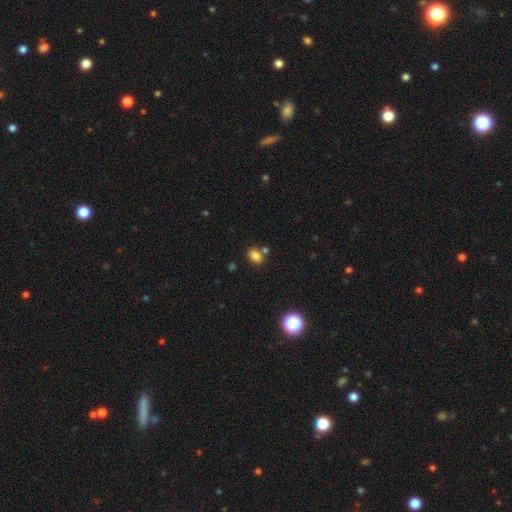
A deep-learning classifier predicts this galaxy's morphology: smooth_or_featured: smooth (p=0.80) [alt: star or artifact p=0.13]
how_rounded: in between (p=0.61) [alt: round p=0.38]
merging: none (p=0.65) [alt: merger p=0.20]